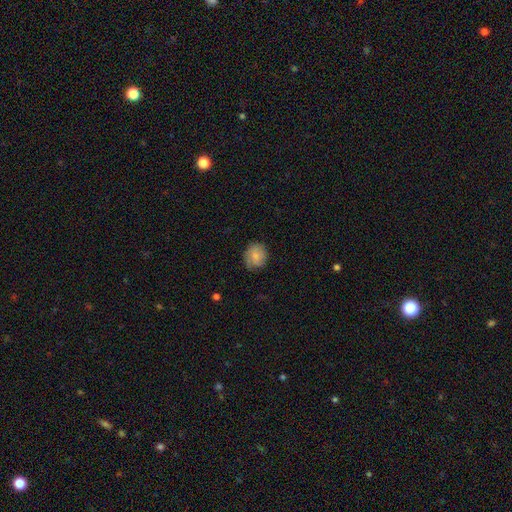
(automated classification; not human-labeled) Overall: smooth (77%). How rounded: round (74%). Merging: none (73%).